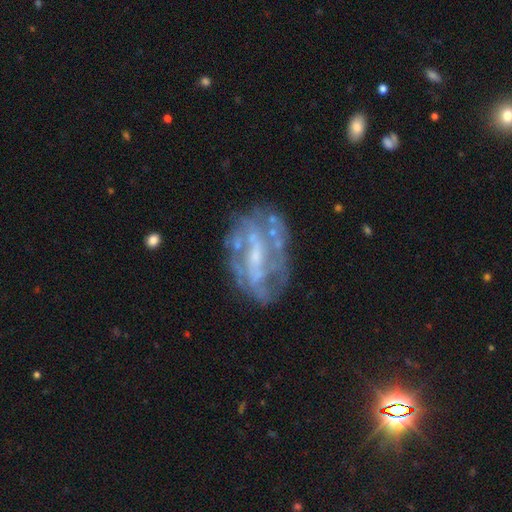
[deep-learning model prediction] smooth_or_featured: featured or disk (p=0.79) [alt: smooth p=0.14]
disk_edge_on: no (p=0.95) [alt: yes p=0.05]
bar: weak (p=0.39) [alt: no p=0.34]
has_spiral_arms: yes (p=0.51) [alt: no p=0.49]
bulge_size: small (p=0.50) [alt: moderate p=0.29]
merging: none (p=0.62) [alt: minor disturbance p=0.19]